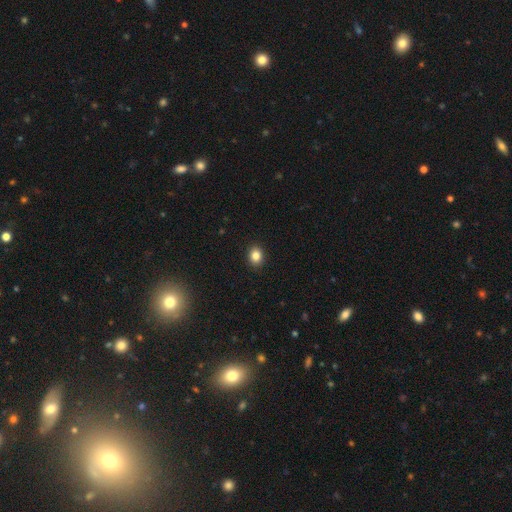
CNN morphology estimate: Smooth or featured?
  - smooth: 85% *
  - star or artifact: 10%
  - featured or disk: 5%
How rounded?
  - round: 52% *
  - in between: 47%
  - cigar-shaped: 1%
Merging?
  - none: 91% *
  - minor disturbance: 6%
  - major disturbance: 2%
  - merger: 1%